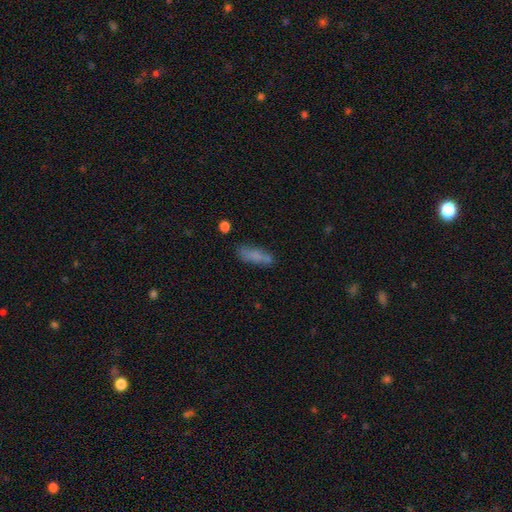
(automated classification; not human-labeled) Smooth or featured? Predicted: smooth (p=0.74). How rounded? Predicted: cigar-shaped (p=0.56). Merging? Predicted: none (p=0.65).